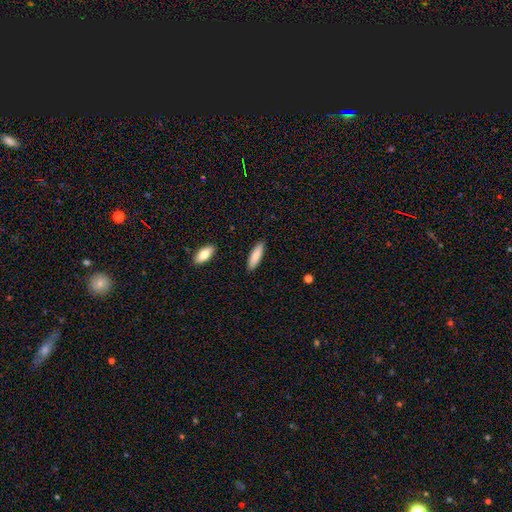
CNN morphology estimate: Smooth or featured: smooth — 85% (featured or disk — 9%)
How rounded: cigar-shaped — 56% (in between — 42%)
Merging: none — 89% (minor disturbance — 8%)